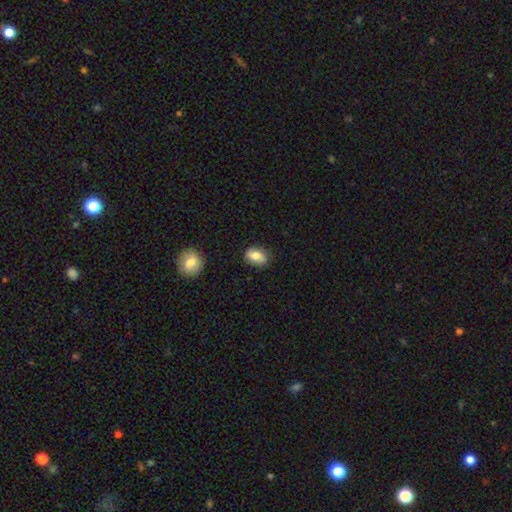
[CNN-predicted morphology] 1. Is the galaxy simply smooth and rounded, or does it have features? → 77% smooth, 15% featured or disk, 8% star or artifact.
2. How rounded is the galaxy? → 81% in between, 16% round, 3% cigar-shaped.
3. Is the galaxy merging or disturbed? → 77% none, 17% minor disturbance, 3% major disturbance, 2% merger.